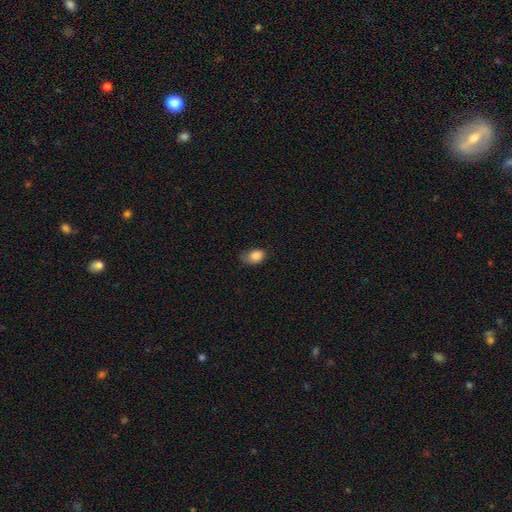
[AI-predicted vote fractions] The model was most divided on "merging": none: 51%, minor disturbance: 36%, major disturbance: 12%, merger: 2%. More confident: smooth or featured — smooth (84%); how rounded — in between (78%).